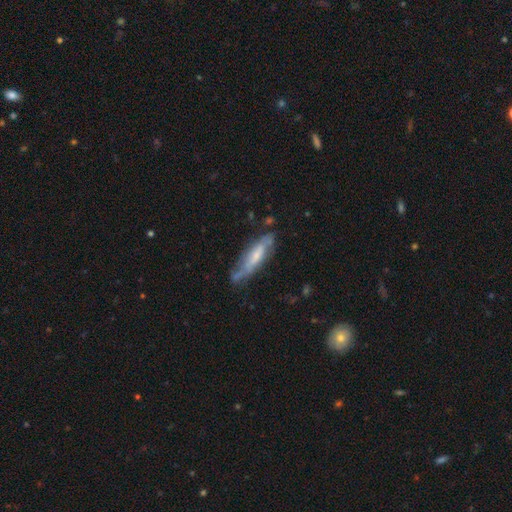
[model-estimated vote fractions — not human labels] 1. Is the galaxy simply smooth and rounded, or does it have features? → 57% featured or disk, 36% smooth, 7% star or artifact.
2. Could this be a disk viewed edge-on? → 54% no, 46% yes.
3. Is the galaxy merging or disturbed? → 60% none, 26% minor disturbance, 9% major disturbance, 4% merger.